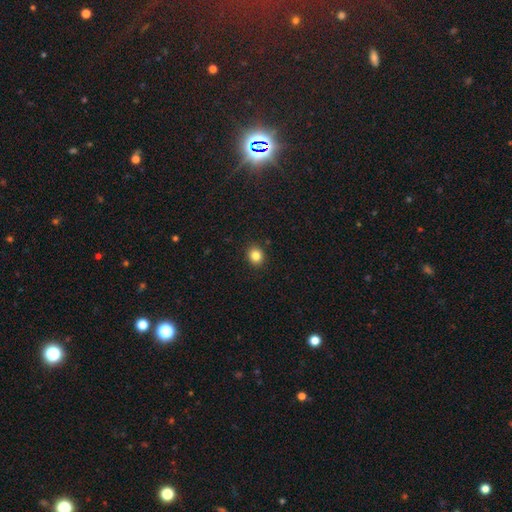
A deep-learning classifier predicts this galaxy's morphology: smooth-or-featured: smooth: 84% | star or artifact: 11% | featured or disk: 5%
  how-rounded: round: 79% | in between: 20% | cigar-shaped: 1%
  merging: none: 91% | minor disturbance: 6% | major disturbance: 2% | merger: 1%